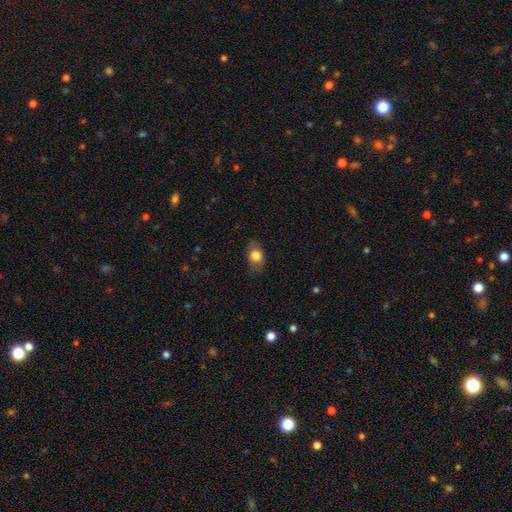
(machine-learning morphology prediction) smooth-or-featured: smooth: 74% | featured or disk: 18% | star or artifact: 8%
  how-rounded: in between: 75% | round: 23% | cigar-shaped: 2%
  merging: none: 76% | minor disturbance: 18% | major disturbance: 6% | merger: 1%